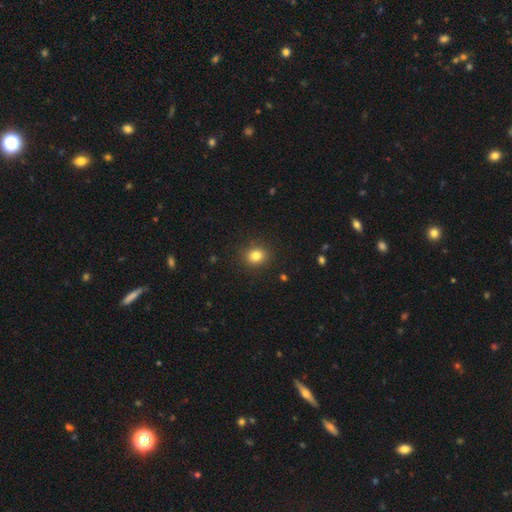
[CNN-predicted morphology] Smooth or featured: smooth — 83% (star or artifact — 12%)
How rounded: round — 80% (in between — 19%)
Merging: none — 89% (minor disturbance — 7%)